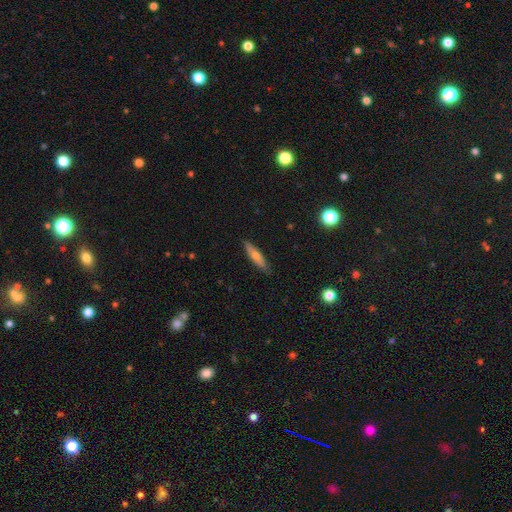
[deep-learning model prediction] Smooth or featured?
  - smooth: 55% *
  - featured or disk: 38%
  - star or artifact: 7%
How rounded?
  - cigar-shaped: 82% *
  - in between: 16%
  - round: 2%
Merging?
  - none: 88% *
  - minor disturbance: 9%
  - major disturbance: 2%
  - merger: 1%